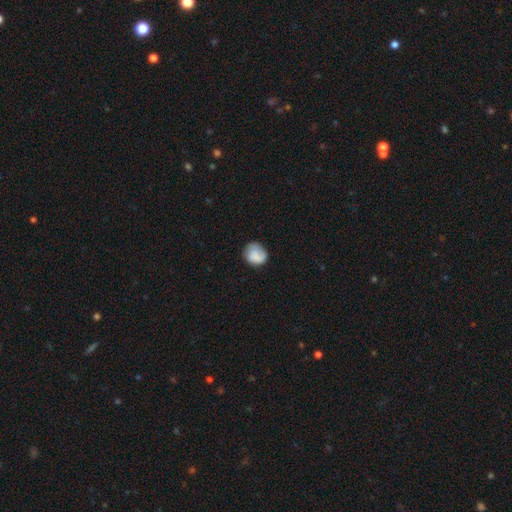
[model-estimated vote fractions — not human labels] Smooth or featured: smooth — 78% (featured or disk — 15%)
How rounded: round — 78% (in between — 21%)
Merging: none — 68% (minor disturbance — 23%)